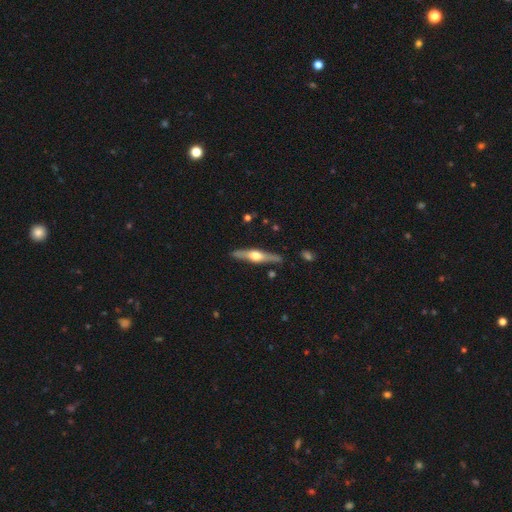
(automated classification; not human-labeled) smooth_or_featured: featured or disk (p=0.69) [alt: smooth p=0.26]
disk_edge_on: yes (p=0.96) [alt: no p=0.04]
edge_on_bulge: rounded (p=0.94) [alt: boxy p=0.04]
merging: none (p=0.88) [alt: minor disturbance p=0.09]